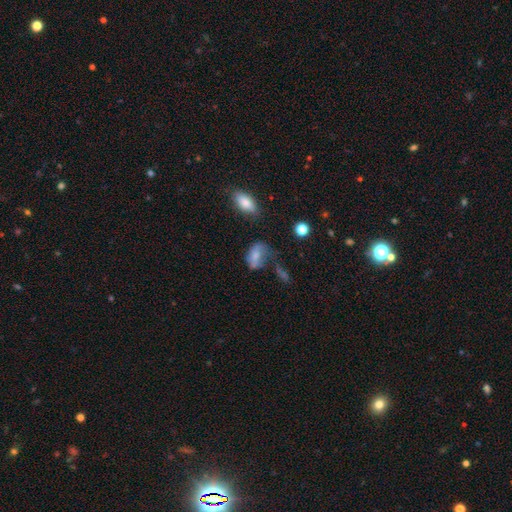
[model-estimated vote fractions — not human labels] This is likely a smooth galaxy (65%). How rounded: clearly in between (84%). Merging: marginally none (32%).